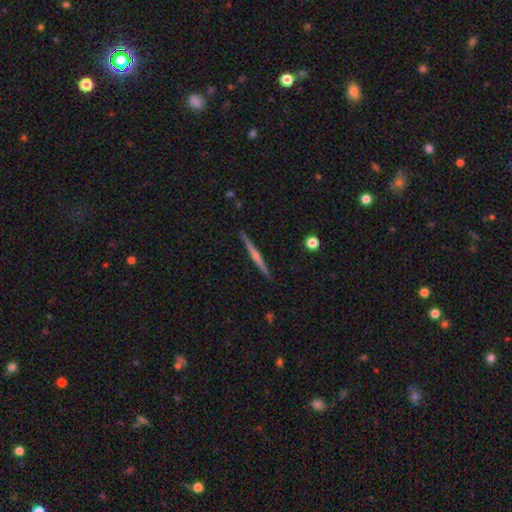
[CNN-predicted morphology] The model was most divided on "edge-on bulge": rounded: 69%, none: 24%, boxy: 7%. More confident: edge-on disk — yes (98%); merging — none (92%); smooth or featured — featured or disk (77%).